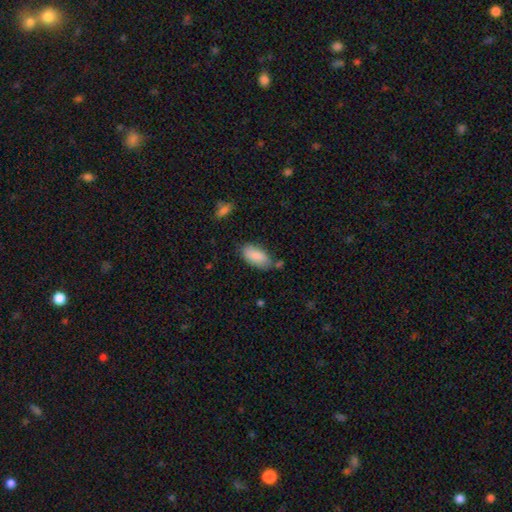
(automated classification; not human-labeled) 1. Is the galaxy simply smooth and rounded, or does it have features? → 87% smooth, 7% featured or disk, 6% star or artifact.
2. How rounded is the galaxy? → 93% in between, 5% cigar-shaped, 2% round.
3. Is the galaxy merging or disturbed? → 69% none, 21% minor disturbance, 6% merger, 4% major disturbance.